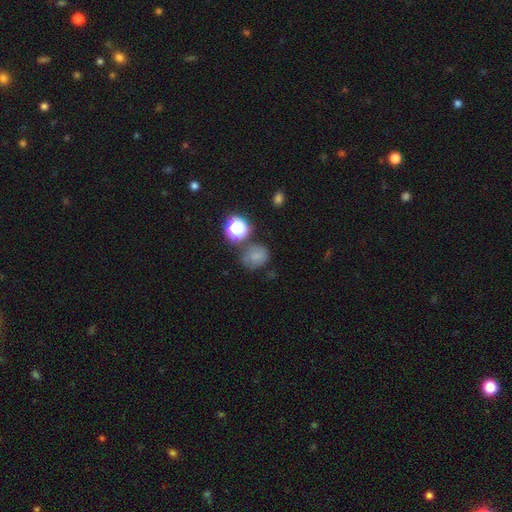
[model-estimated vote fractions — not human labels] This is likely a smooth galaxy (68%). How rounded: likely round (69%). Merging: likely none (61%).